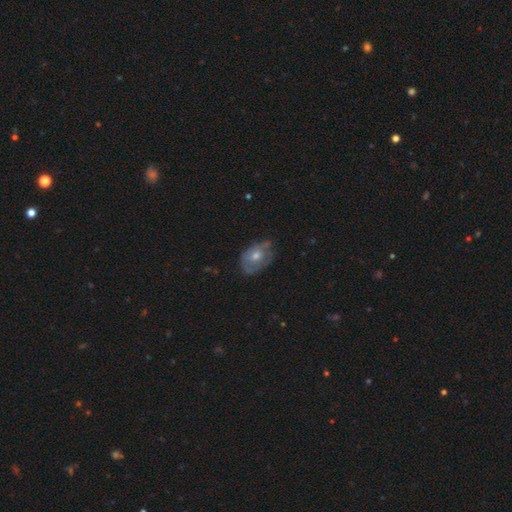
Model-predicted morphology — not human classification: The model was most divided on "spiral arms" (2-way tie): yes: 50%, no: 50%. More confident: edge-on disk — no (94%); bar — no (81%); merging — none (63%); bulge size — moderate (62%); smooth or featured — featured or disk (54%).